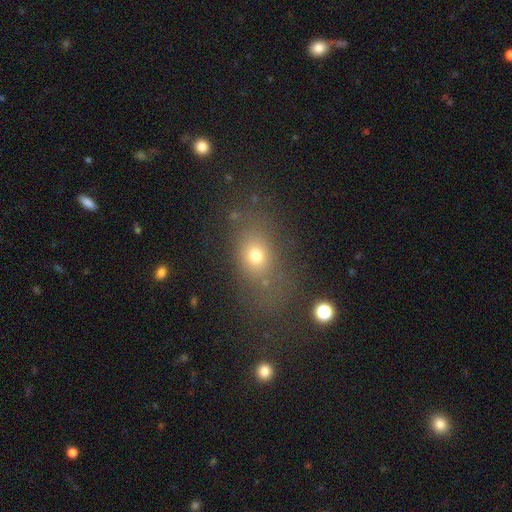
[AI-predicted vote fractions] Morphology: type=smooth (69%); roundness=in between (65%); merging=none (63%).